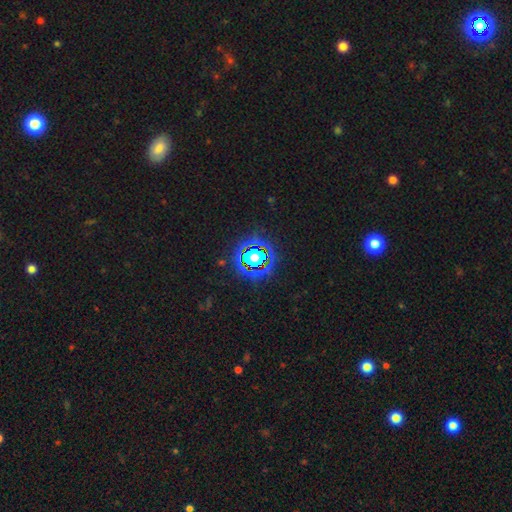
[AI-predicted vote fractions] star or artifact 79%, smooth 13%, featured or disk 8%.